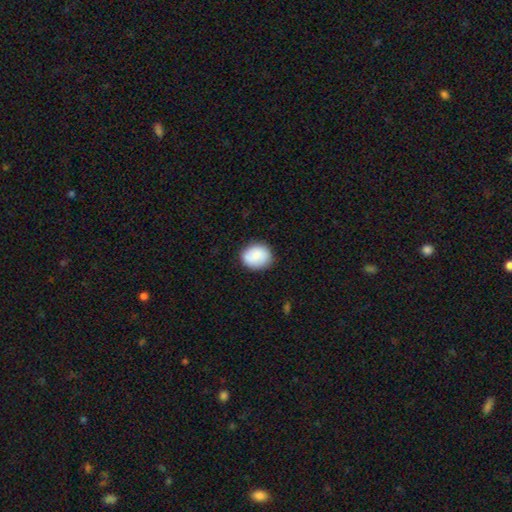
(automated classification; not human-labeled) This is clearly a smooth galaxy (86%). How rounded: likely round (60%). Merging: clearly none (82%).